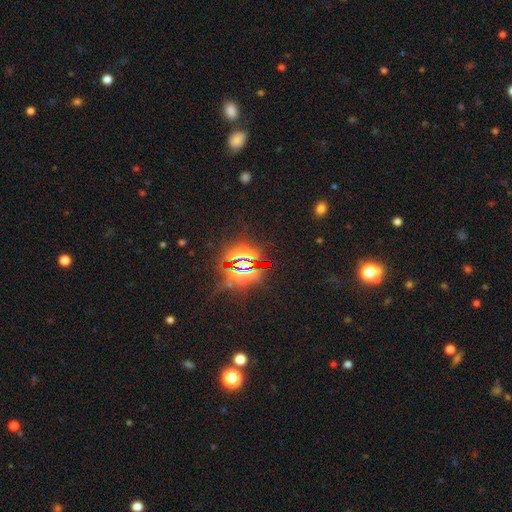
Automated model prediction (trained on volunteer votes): Smooth or featured?
  - star or artifact: 82% *
  - featured or disk: 9%
  - smooth: 9%